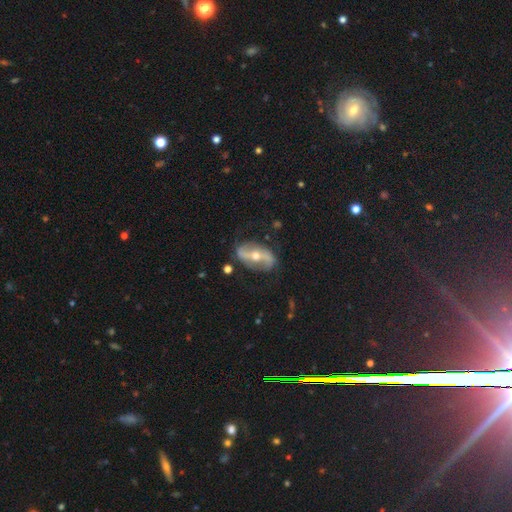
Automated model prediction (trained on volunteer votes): Overall: featured or disk (81%). Edge-on disk: no (90%). Bar: strong (51%; no 25%). Spiral arms: yes (83%). Spiral arm count: 2 (91%). Spiral winding: loose (64%; medium 25%). Bulge size: moderate (62%; small 34%). Merging: none (79%).